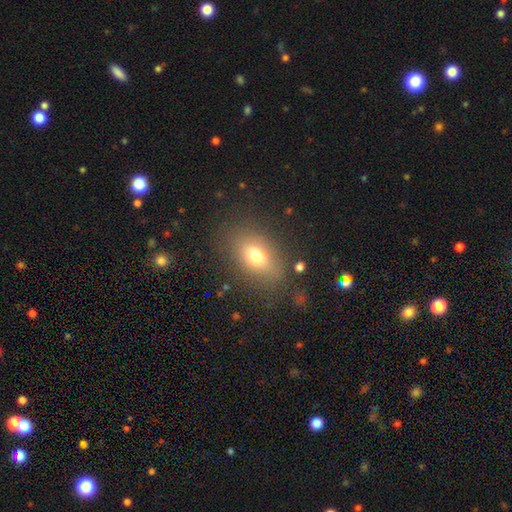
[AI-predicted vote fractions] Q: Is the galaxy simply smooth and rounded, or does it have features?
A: smooth — 70%.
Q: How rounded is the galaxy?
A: in between — 76%.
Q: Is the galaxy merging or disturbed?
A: none — 75%.